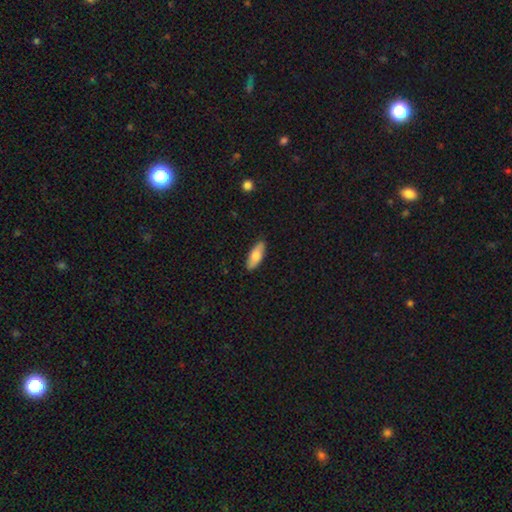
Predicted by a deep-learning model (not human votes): smooth_or_featured: smooth (p=0.76) [alt: featured or disk p=0.18]
how_rounded: in between (p=0.74) [alt: cigar-shaped p=0.24]
merging: none (p=0.87) [alt: minor disturbance p=0.10]